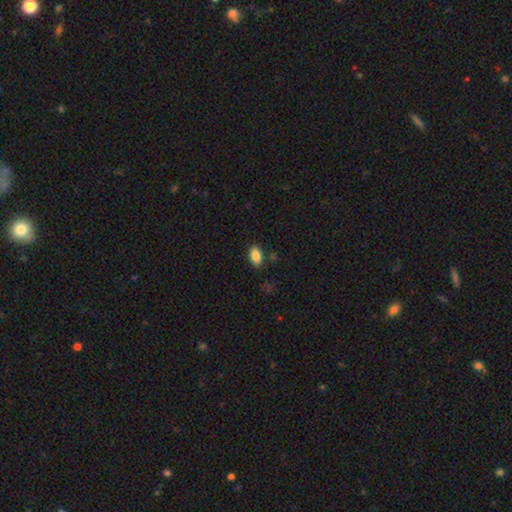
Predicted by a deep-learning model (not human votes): Smooth or featured: smooth — 87% (star or artifact — 8%)
How rounded: in between — 92% (round — 5%)
Merging: none — 84% (minor disturbance — 11%)